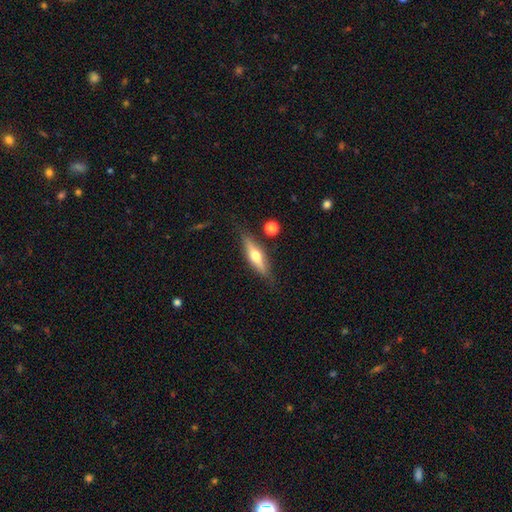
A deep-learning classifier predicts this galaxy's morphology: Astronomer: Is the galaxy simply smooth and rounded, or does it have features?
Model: featured or disk — 51% (runner-up: smooth, 43%).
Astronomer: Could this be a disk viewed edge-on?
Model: yes — 90%.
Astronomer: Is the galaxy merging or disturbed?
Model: none — 80%.